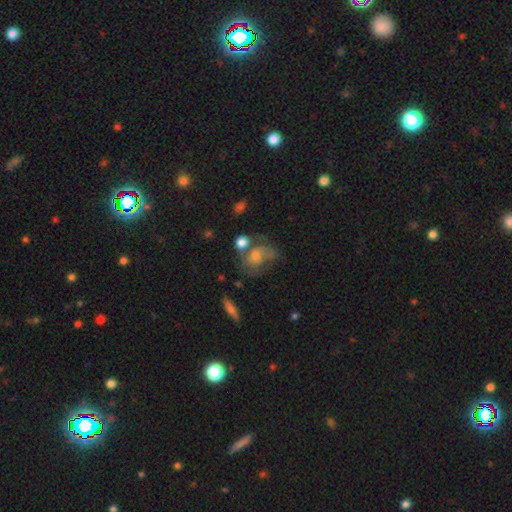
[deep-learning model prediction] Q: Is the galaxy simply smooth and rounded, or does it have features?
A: featured or disk — 52%.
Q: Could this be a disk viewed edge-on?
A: no — 95%.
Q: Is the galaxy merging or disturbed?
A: none — 39%.